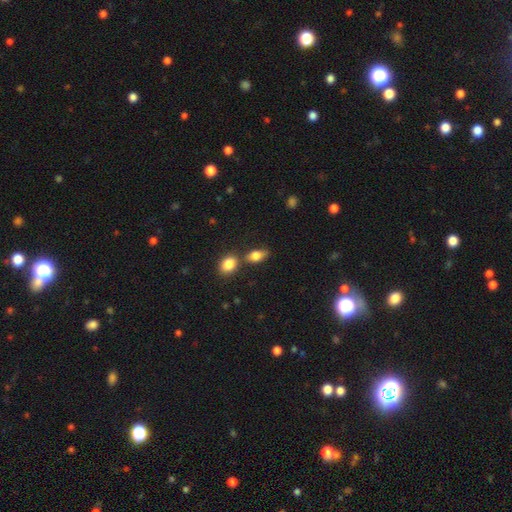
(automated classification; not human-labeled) Q: Smooth or featured?
A: smooth (80%); runner-up: featured or disk (11%)
Q: How rounded?
A: in between (84%); runner-up: round (10%)
Q: Merging?
A: none (57%); runner-up: merger (24%)